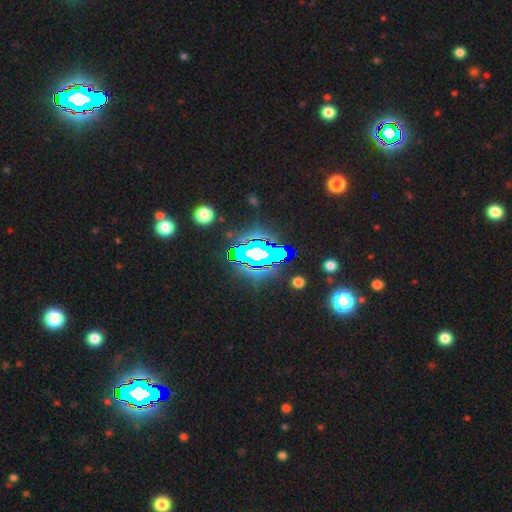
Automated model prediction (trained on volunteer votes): star or artifact 68%, featured or disk 16%, smooth 16%.